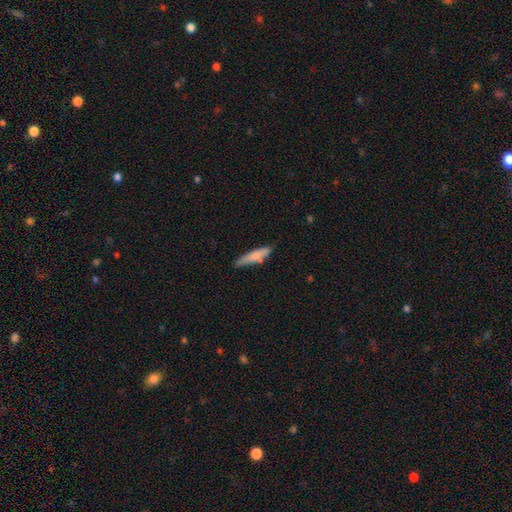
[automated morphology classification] Overall: smooth (74%). How rounded: cigar-shaped (78%). Merging: none (66%).